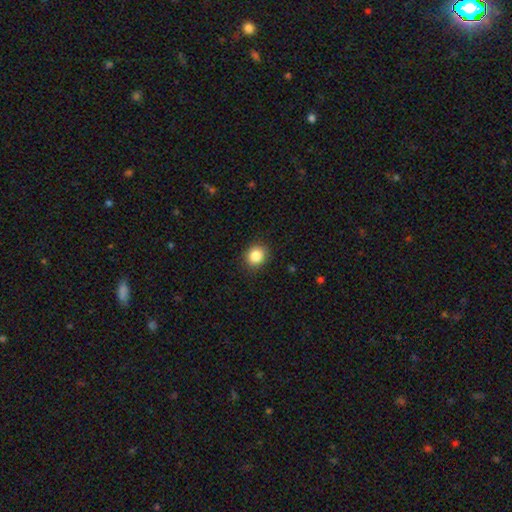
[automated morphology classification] Q: Smooth or featured?
A: smooth (86%); runner-up: star or artifact (10%)
Q: How rounded?
A: round (75%); runner-up: in between (24%)
Q: Merging?
A: none (89%); runner-up: minor disturbance (8%)